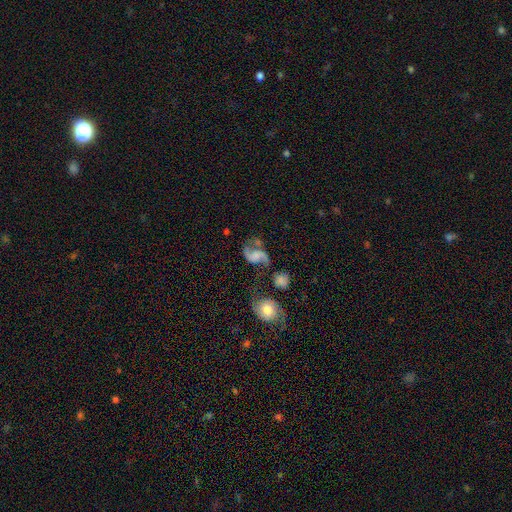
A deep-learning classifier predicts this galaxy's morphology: This appears to be a featured or disk galaxy (81%) with no bar (56%), 2 (92%) loose (68%) spiral arms (95%) and no central bulge (52%). Merging: none (50%).